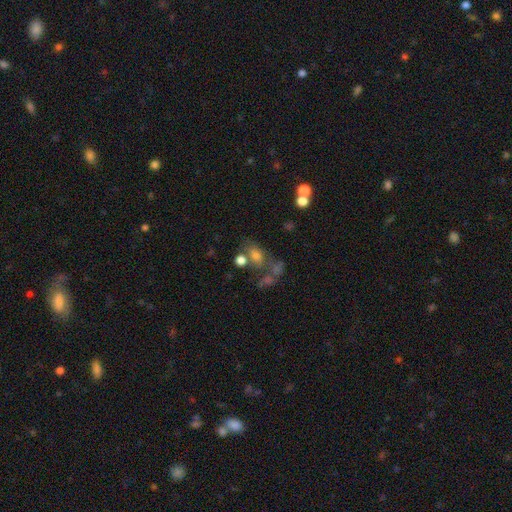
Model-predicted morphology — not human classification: smooth-or-featured: smooth: 61% | star or artifact: 20% | featured or disk: 19%
  how-rounded: in between: 67% | round: 30% | cigar-shaped: 3%
  merging: none: 40% | merger: 31% | minor disturbance: 15% | major disturbance: 14%